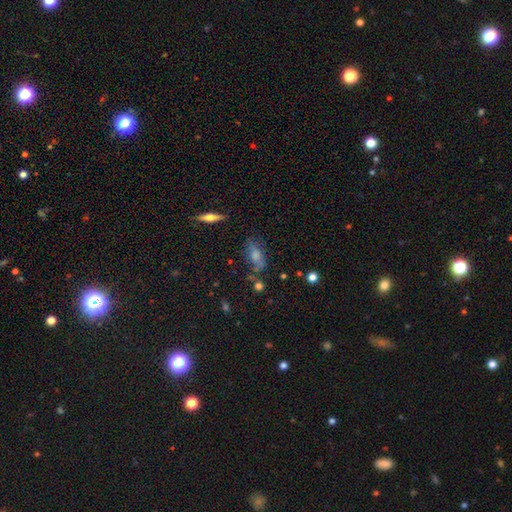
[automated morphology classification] Smooth or featured? smooth (65%)
How rounded? in between (79%)
Merging? none (59%)